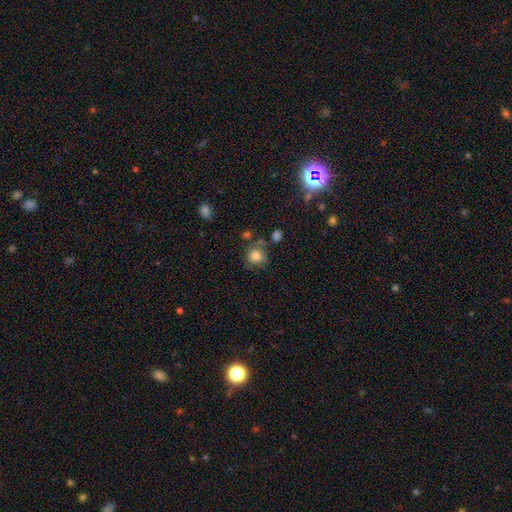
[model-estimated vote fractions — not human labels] Q: Smooth or featured?
A: smooth (81%); runner-up: star or artifact (10%)
Q: How rounded?
A: round (82%); runner-up: in between (17%)
Q: Merging?
A: none (62%); runner-up: minor disturbance (20%)